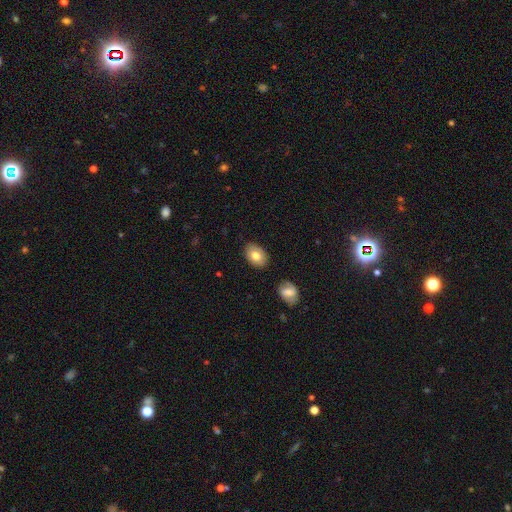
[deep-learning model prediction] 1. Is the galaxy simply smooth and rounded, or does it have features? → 74% smooth, 19% featured or disk, 7% star or artifact.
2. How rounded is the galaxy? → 82% in between, 17% round, 1% cigar-shaped.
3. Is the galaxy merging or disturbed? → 85% none, 11% minor disturbance, 2% major disturbance, 2% merger.